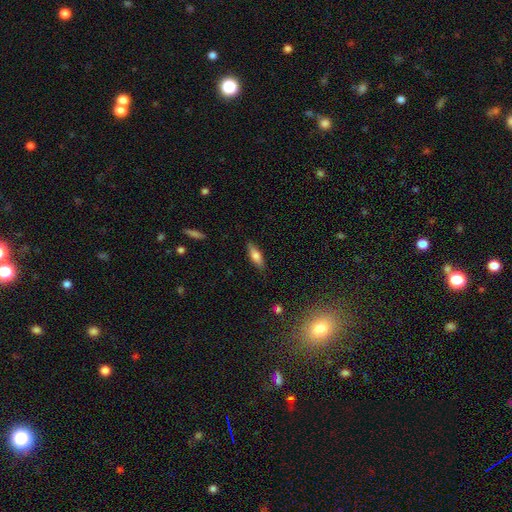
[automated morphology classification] smooth_or_featured: smooth (p=0.72) [alt: featured or disk p=0.21]
how_rounded: in between (p=0.55) [alt: cigar-shaped p=0.43]
merging: none (p=0.85) [alt: minor disturbance p=0.11]